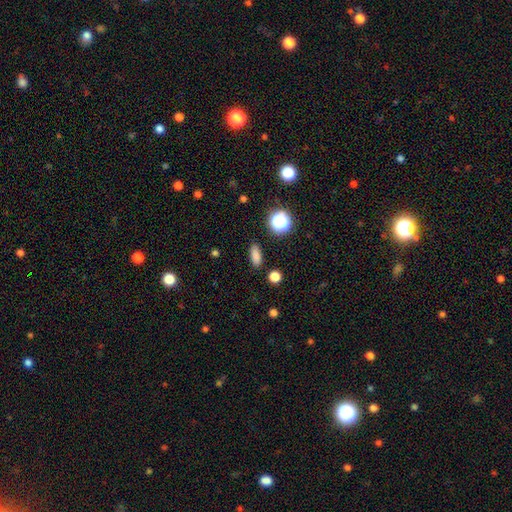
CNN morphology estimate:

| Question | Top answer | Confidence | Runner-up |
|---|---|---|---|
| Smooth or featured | smooth | 82% | star or artifact (14%) |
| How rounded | in between | 72% | cigar-shaped (19%) |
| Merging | none | 87% | minor disturbance (8%) |